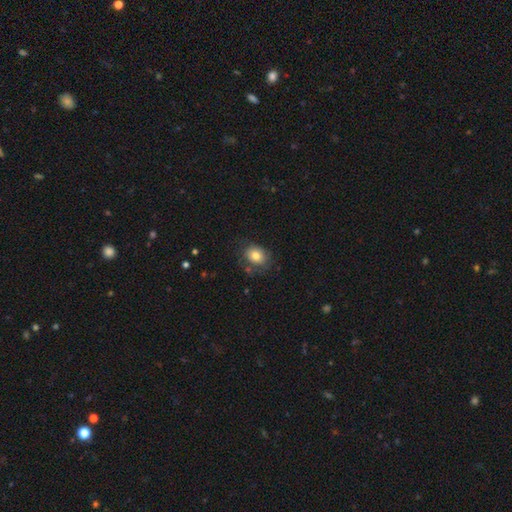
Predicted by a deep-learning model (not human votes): smooth 79%, featured or disk 12%, star or artifact 9%. Down the decision tree: how rounded — in between (54%); merging — none (73%).